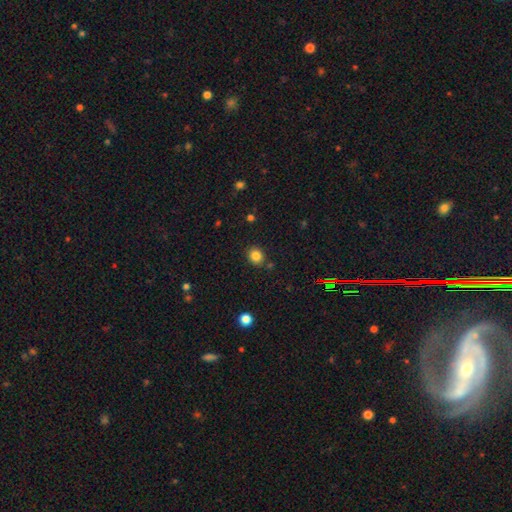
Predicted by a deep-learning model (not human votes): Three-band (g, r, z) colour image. It shows a smooth galaxy with no disk features (83%) that is round (72%). Merging: none (84%).